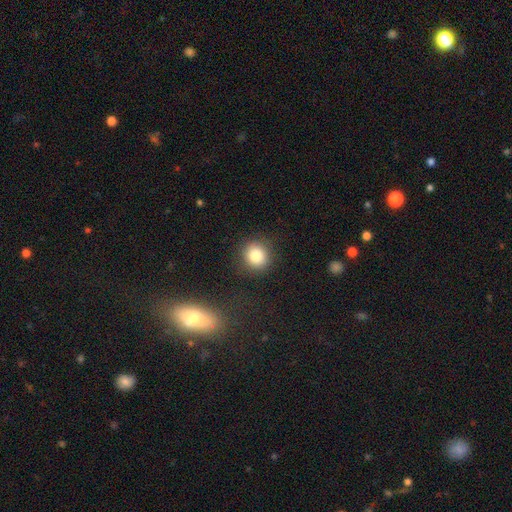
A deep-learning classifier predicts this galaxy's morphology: This appears to be a smooth galaxy with no disk features (82%) that is round (87%). Merging: none (88%).